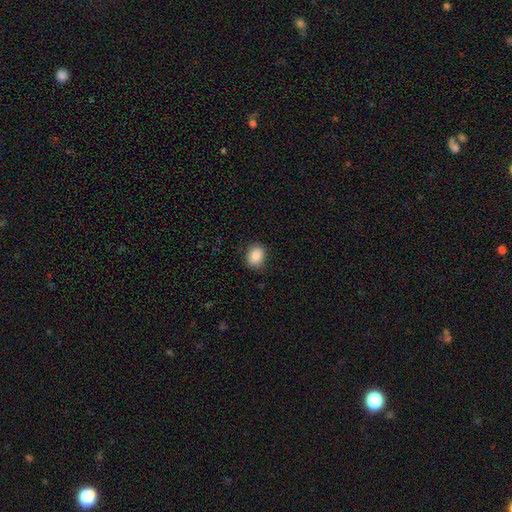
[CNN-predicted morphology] The model was most divided on "how rounded": round: 58%, in between: 41%, cigar-shaped: 1%. More confident: merging — none (86%); smooth or featured — smooth (85%).